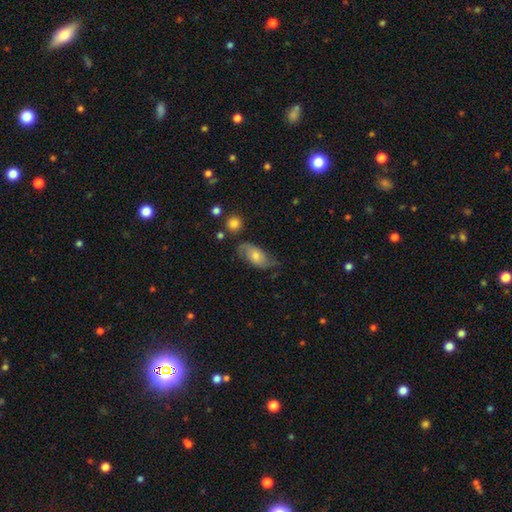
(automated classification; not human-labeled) Morphology: type=featured or disk (52%); edge-on=no (93%); merging=none (59%).